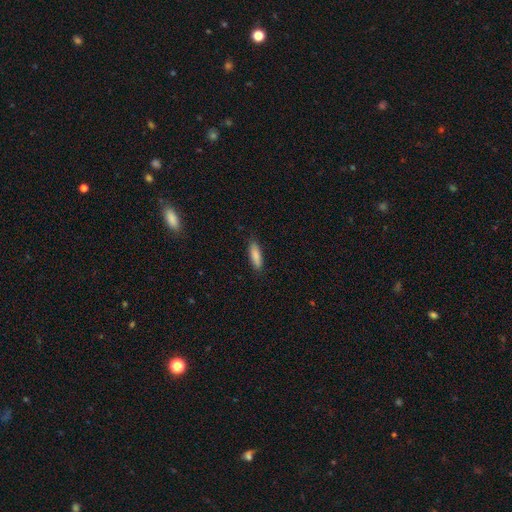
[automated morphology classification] This appears to be a smooth galaxy with no disk features (86%) that is cigar-shaped (57%). Merging: none (86%).